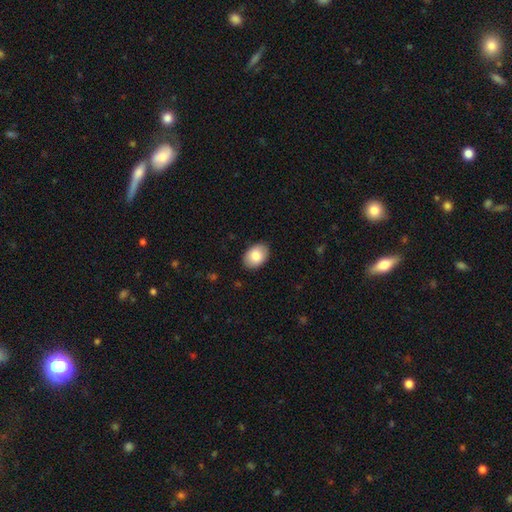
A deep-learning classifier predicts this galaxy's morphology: This is clearly a smooth galaxy (84%). How rounded: clearly in between (84%). Merging: clearly none (88%).